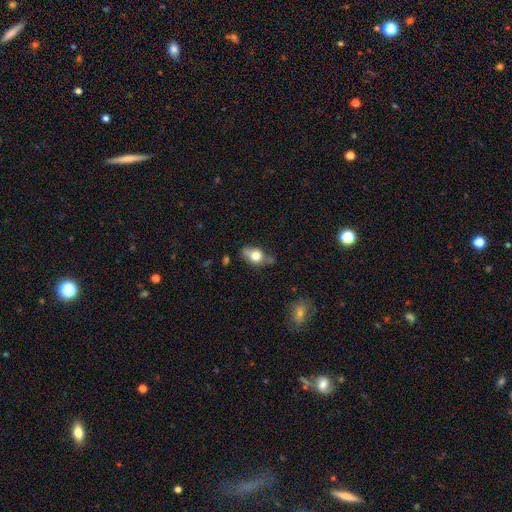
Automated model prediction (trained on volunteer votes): smooth_or_featured: smooth (p=0.70) [alt: featured or disk p=0.22]
how_rounded: in between (p=0.75) [alt: round p=0.20]
merging: none (p=0.54) [alt: minor disturbance p=0.31]